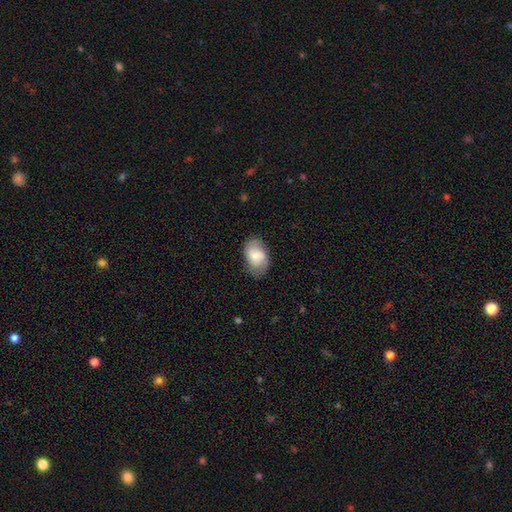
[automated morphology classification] Overall: smooth (63%; featured or disk 30%). How rounded: in between (88%). Merging: none (76%).